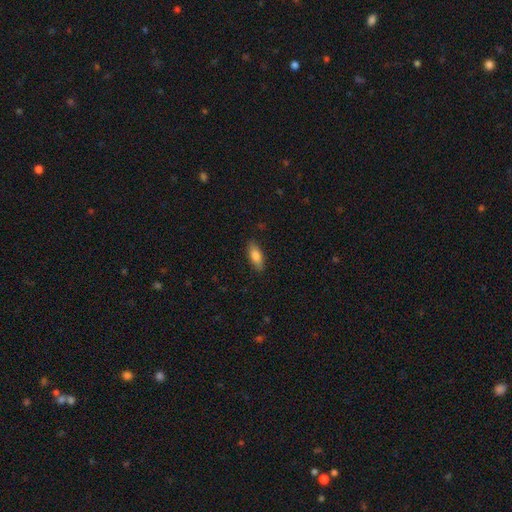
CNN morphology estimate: type=smooth (77%); roundness=in between (71%); merging=none (86%).